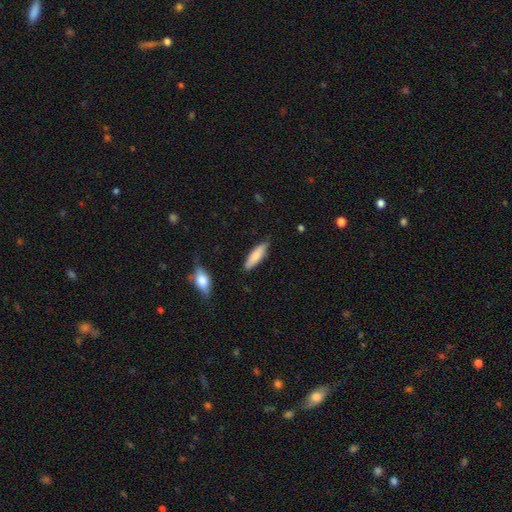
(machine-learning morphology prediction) Smooth or featured? smooth (79%)
How rounded? cigar-shaped (56%)
Merging? none (81%)